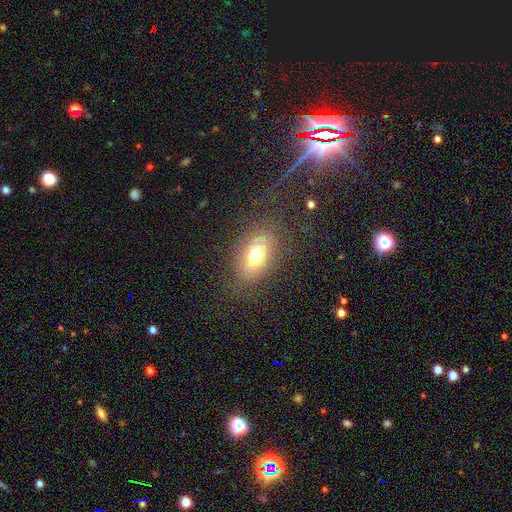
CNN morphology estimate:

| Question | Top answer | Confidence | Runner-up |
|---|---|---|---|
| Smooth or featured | smooth | 67% | featured or disk (20%) |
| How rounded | in between | 84% | round (13%) |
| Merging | none | 74% | minor disturbance (14%) |